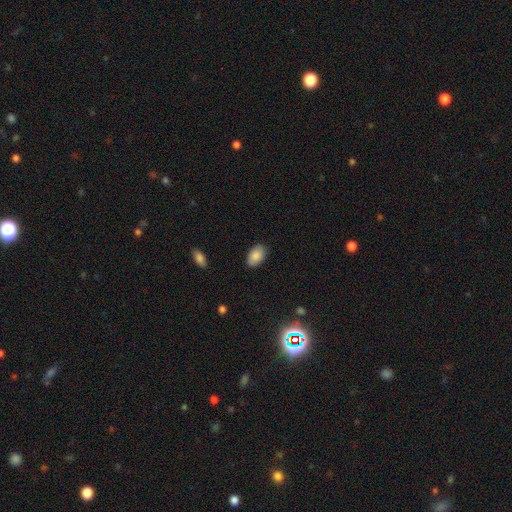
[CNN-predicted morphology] Q: Smooth or featured?
A: smooth (87%); runner-up: star or artifact (7%)
Q: How rounded?
A: in between (93%); runner-up: round (6%)
Q: Merging?
A: none (86%); runner-up: minor disturbance (10%)